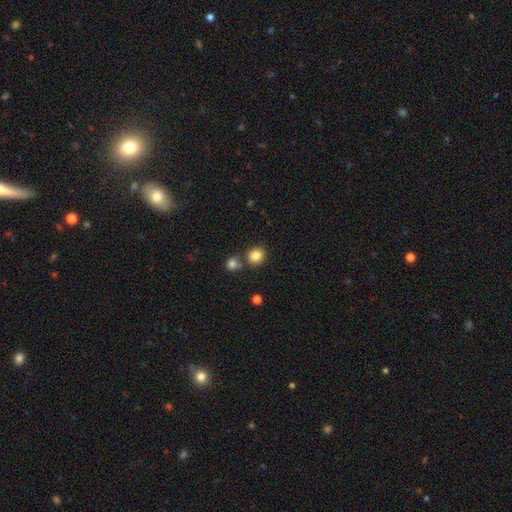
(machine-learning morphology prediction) smooth_or_featured: smooth (p=0.83) [alt: star or artifact p=0.11]
how_rounded: round (p=0.85) [alt: in between p=0.14]
merging: none (p=0.71) [alt: merger p=0.18]